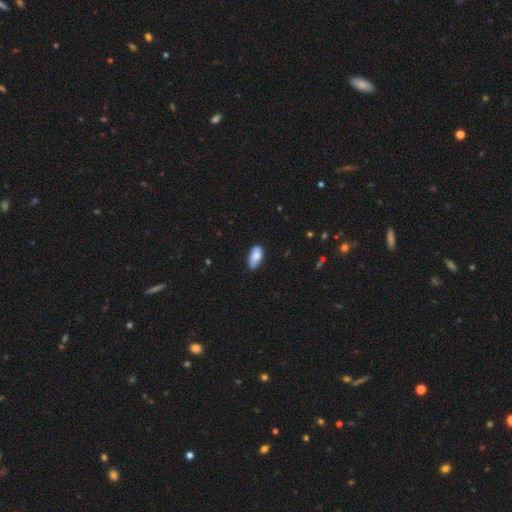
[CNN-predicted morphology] A smooth galaxy with no disk features (82%) that is in between round and cigar-shaped (91%). Merging: none (74%).